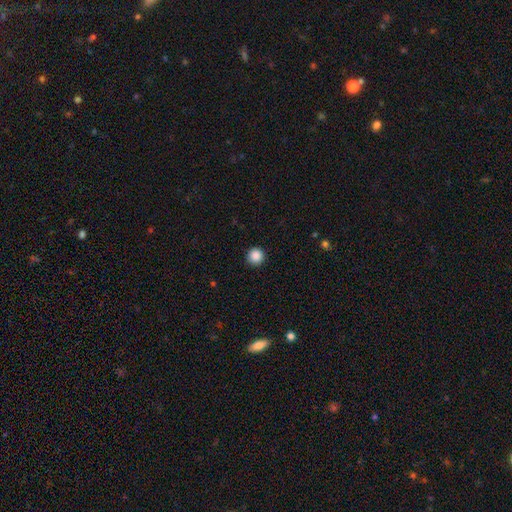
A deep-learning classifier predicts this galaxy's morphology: Overall: smooth (88%). How rounded: round (96%). Merging: none (92%).